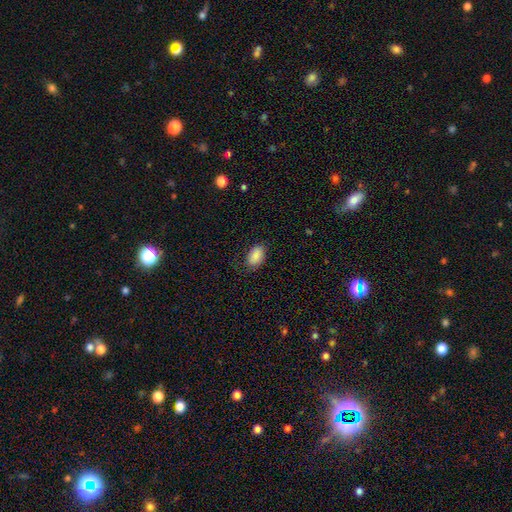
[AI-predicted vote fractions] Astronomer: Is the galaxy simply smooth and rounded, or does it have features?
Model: smooth — 89%.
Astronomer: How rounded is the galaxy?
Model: in between — 90%.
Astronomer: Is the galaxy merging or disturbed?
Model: none — 81%.